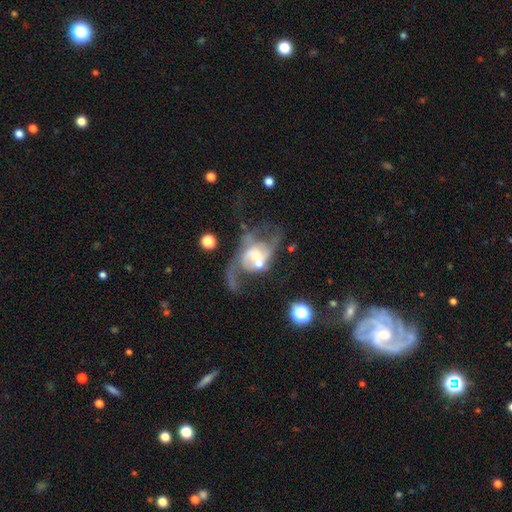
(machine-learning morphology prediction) Smooth or featured?
  - featured or disk: 76% *
  - smooth: 16%
  - star or artifact: 8%
Edge-on disk?
  - no: 97% *
  - yes: 3%
Bar?
  - no: 63% *
  - weak: 29%
  - strong: 8%
Spiral arms?
  - yes: 82% *
  - no: 18%
Spiral winding?
  - loose: 59% *
  - medium: 33%
  - tight: 8%
Spiral arm count?
  - 2: 73% *
  - can't tell: 11%
  - 1: 10%
  - 3: 4%
  - 4: 1%
  - more than 4: 1%
Bulge size?
  - moderate: 57% *
  - small: 31%
  - large: 8%
  - none: 2%
  - dominant: 2%
Merging?
  - merger: 34% *
  - major disturbance: 30%
  - none: 24%
  - minor disturbance: 12%